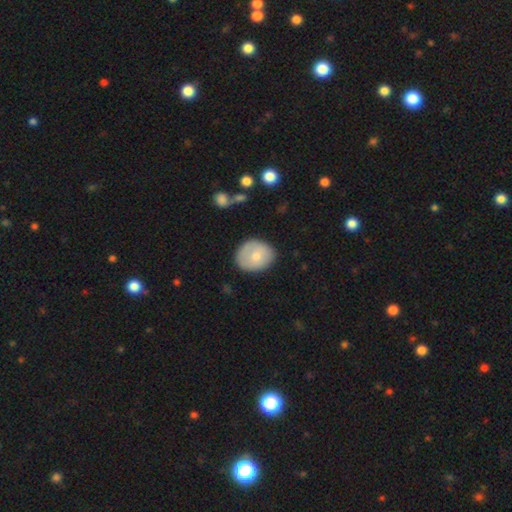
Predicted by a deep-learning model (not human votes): Overall: smooth (70%). How rounded: round (57%; in between 42%). Merging: none (78%).